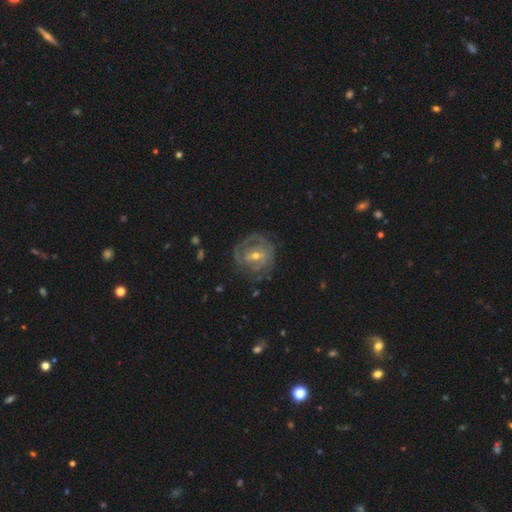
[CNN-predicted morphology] A featured or disk galaxy (82%) with a weak bar (48%), tight (66%) spiral arms (85%) and a moderate central bulge (54%).

Vote fractions:
- Smooth or featured? featured or disk: 82% / smooth: 13% / star or artifact: 6%
- Edge-on disk? no: 97% / yes: 3%
- Bar? weak: 48% / no: 32% / strong: 20%
- Spiral arms? yes: 85% / no: 15%
- Spiral winding? tight: 66% / medium: 26% / loose: 8%
- Spiral arm count? can't tell: 37% / 2: 32% / 3: 15% / 1: 7% / 4: 5% / more than 4: 4%
- Bulge size? moderate: 54% / small: 42% / large: 2% / none: 1% / dominant: 1%
- Merging? none: 68% / minor disturbance: 19% / major disturbance: 11% / merger: 2%